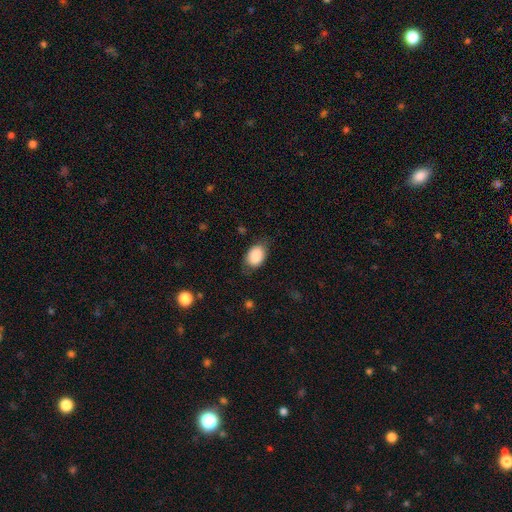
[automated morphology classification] Smooth or featured: smooth — 87% (star or artifact — 7%)
How rounded: in between — 84% (round — 15%)
Merging: none — 69% (minor disturbance — 22%)